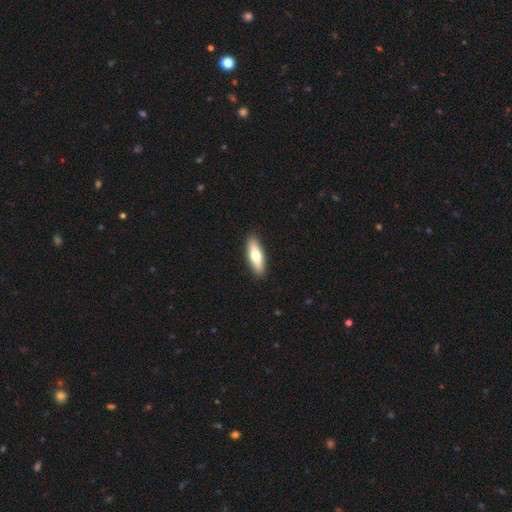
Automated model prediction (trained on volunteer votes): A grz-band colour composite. It shows a smooth galaxy with no disk features (61%) that is in between round and cigar-shaped (50%). Merging: none (90%).